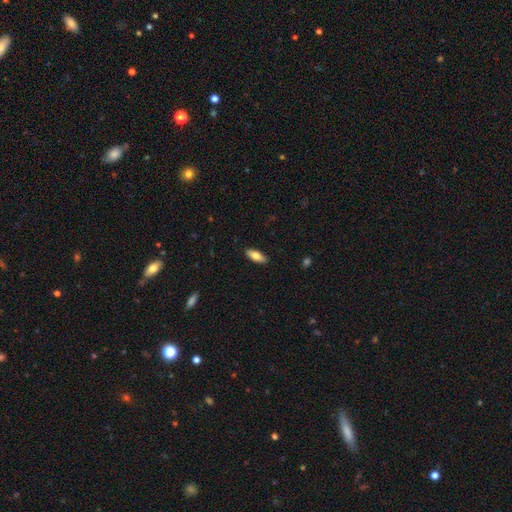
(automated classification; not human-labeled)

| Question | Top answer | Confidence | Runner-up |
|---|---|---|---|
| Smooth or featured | smooth | 74% | featured or disk (20%) |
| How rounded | in between | 74% | cigar-shaped (23%) |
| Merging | none | 89% | minor disturbance (8%) |